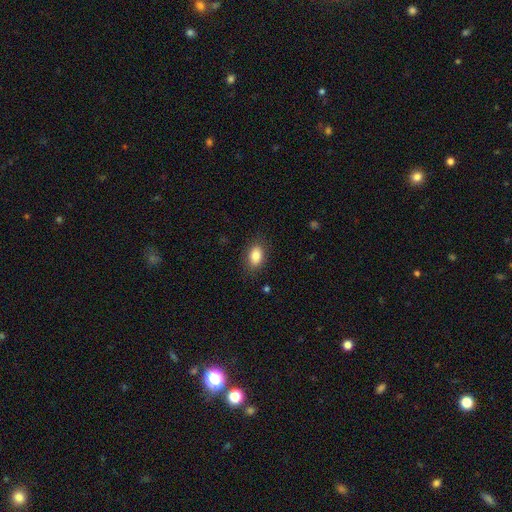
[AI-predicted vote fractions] The model was most divided on "merging": none: 84%, minor disturbance: 11%, major disturbance: 3%, merger: 1%. More confident: how rounded — in between (86%); smooth or featured — smooth (85%).